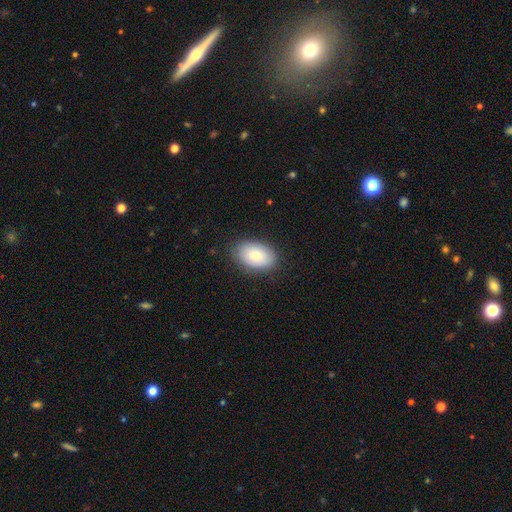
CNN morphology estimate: A smooth galaxy with no disk features (82%) that is in between round and cigar-shaped (91%). Merging: none (86%).